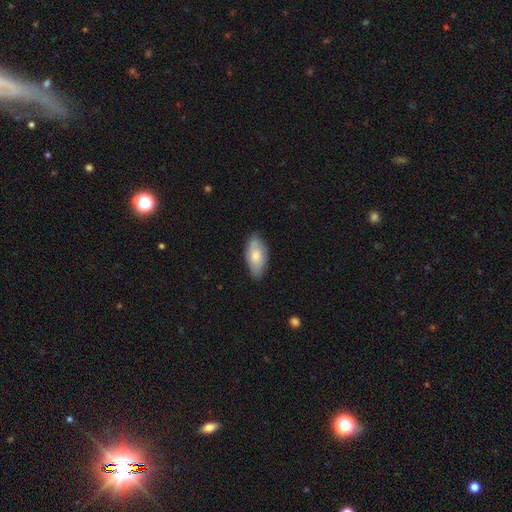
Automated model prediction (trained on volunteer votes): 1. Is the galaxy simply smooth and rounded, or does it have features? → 68% smooth, 26% featured or disk, 6% star or artifact.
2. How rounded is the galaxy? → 92% in between, 6% cigar-shaped, 3% round.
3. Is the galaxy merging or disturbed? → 74% none, 21% minor disturbance, 4% major disturbance, 1% merger.